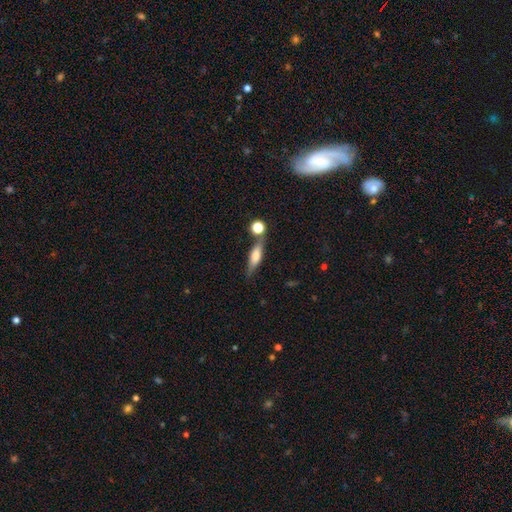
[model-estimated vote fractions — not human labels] This is possibly a smooth galaxy (51%). How rounded: likely cigar-shaped (61%). Merging: likely none (64%).